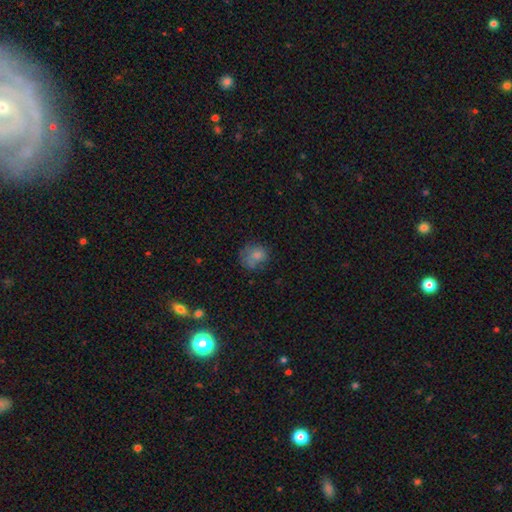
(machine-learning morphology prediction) smooth 69%, featured or disk 18%, star or artifact 13%. Down the decision tree: how rounded — round (67%); merging — none (47%).